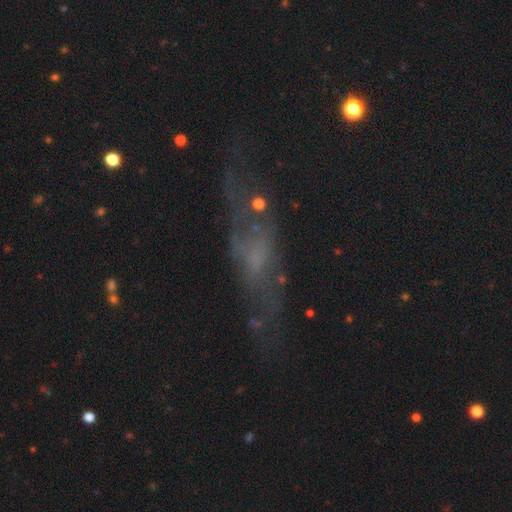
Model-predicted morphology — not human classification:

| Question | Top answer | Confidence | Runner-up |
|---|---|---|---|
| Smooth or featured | featured or disk | 54% | smooth (28%) |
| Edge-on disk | no | 68% | yes (32%) |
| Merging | none | 53% | major disturbance (21%) |